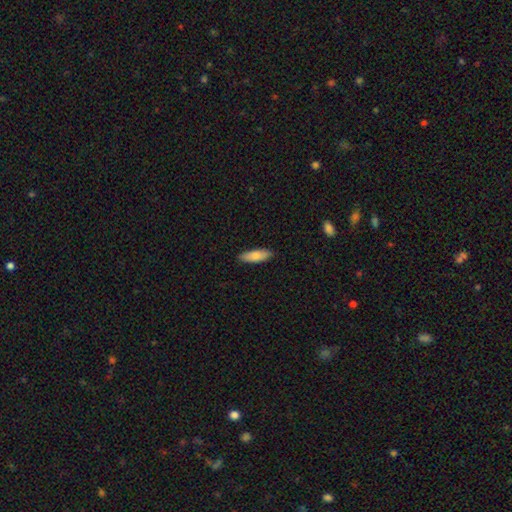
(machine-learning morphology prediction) The model was most divided on "how rounded": in between: 56%, cigar-shaped: 42%, round: 2%. More confident: merging — none (89%); smooth or featured — smooth (77%).